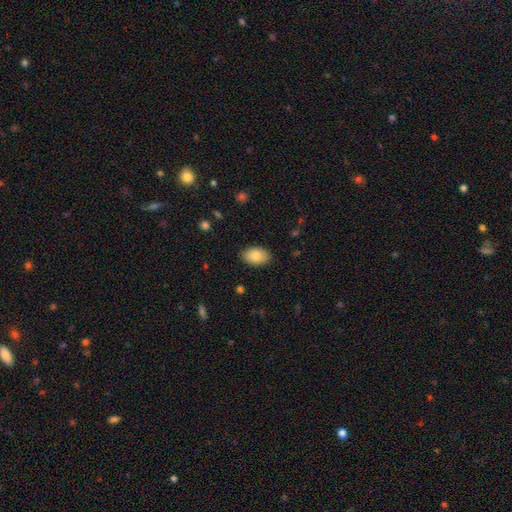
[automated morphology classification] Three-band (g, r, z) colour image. It shows a smooth galaxy with no disk features (85%) that is in between round and cigar-shaped (91%). Merging: none (87%).